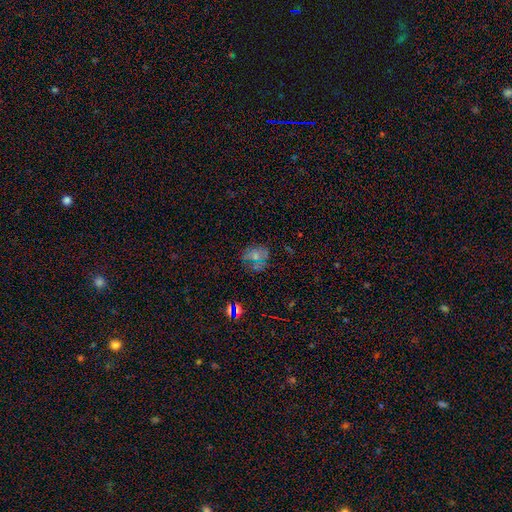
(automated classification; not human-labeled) smooth_or_featured: smooth (p=0.38) [alt: star or artifact p=0.32]
merging: none (p=0.64) [alt: minor disturbance p=0.19]